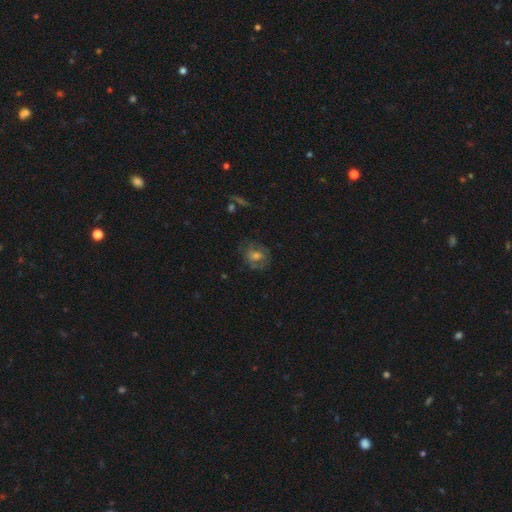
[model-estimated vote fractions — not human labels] Q: Smooth or featured?
A: smooth (43%); runner-up: featured or disk (40%)
Q: Merging?
A: none (72%); runner-up: minor disturbance (17%)